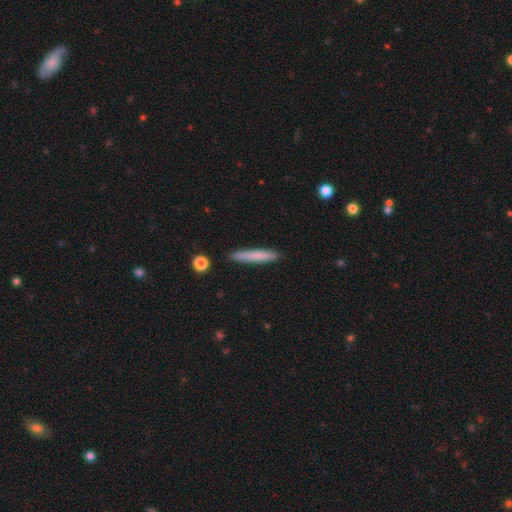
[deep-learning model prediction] Overall: smooth (77%). How rounded: cigar-shaped (94%). Merging: none (89%).